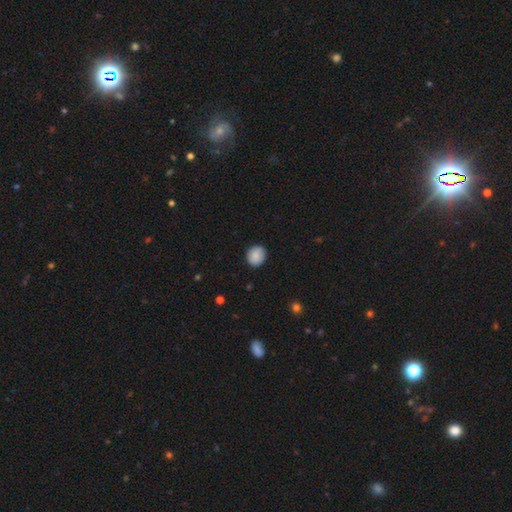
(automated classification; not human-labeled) smooth 88%, star or artifact 7%, featured or disk 5%. Down the decision tree: how rounded — round (83%); merging — none (89%).